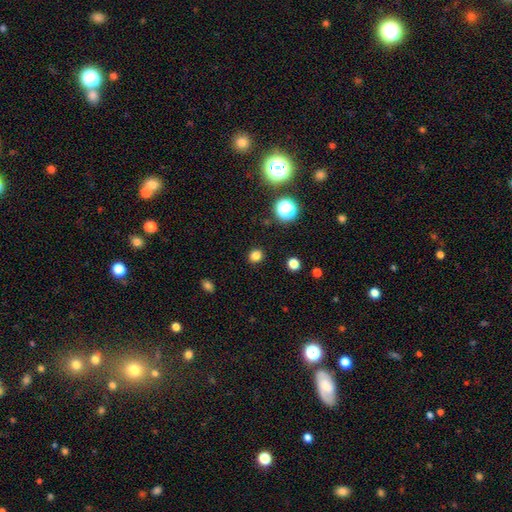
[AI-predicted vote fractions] Overall: smooth (80%). How rounded: round (84%). Merging: none (90%).